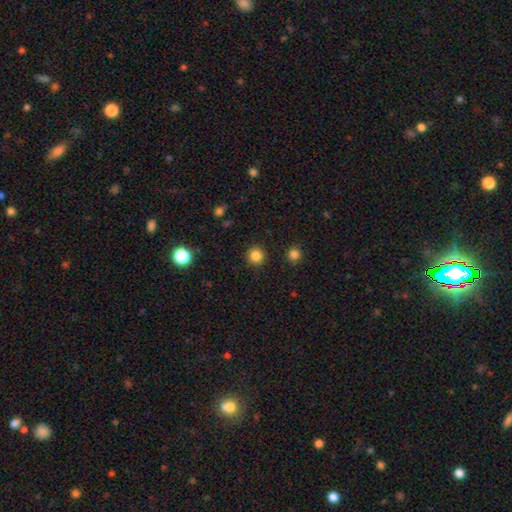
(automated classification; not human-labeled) This is clearly a smooth galaxy (84%). How rounded: clearly round (93%). Merging: clearly none (92%).